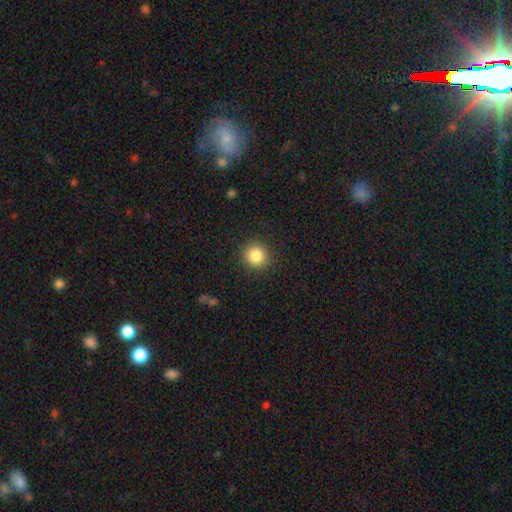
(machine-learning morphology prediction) A smooth galaxy with no disk features (85%) that is round (93%). Merging: none (91%).